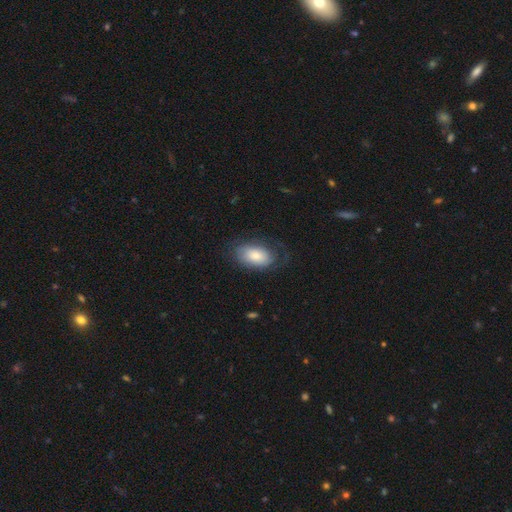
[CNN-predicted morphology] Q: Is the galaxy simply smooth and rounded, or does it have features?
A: smooth — 66%.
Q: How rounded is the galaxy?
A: in between — 92%.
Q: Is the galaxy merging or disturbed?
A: none — 60%.